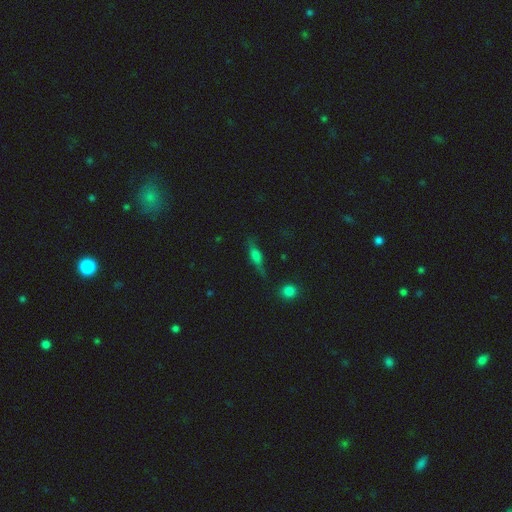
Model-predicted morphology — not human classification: Smooth or featured?
  - smooth: 44% *
  - featured or disk: 43%
  - star or artifact: 13%
Merging?
  - none: 70% *
  - minor disturbance: 19%
  - major disturbance: 7%
  - merger: 3%